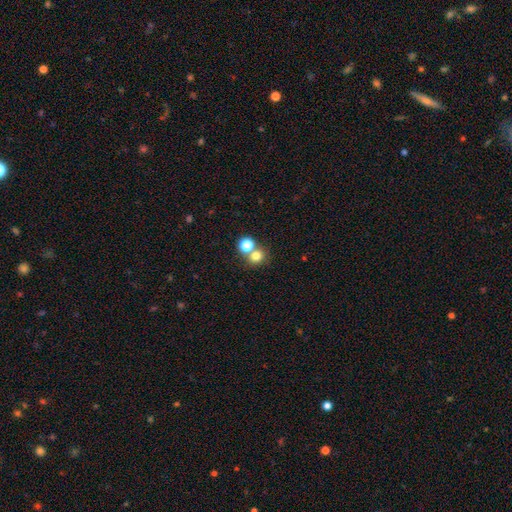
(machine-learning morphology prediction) This is likely a smooth galaxy (75%). How rounded: clearly round (82%). Merging: possibly none (55%).